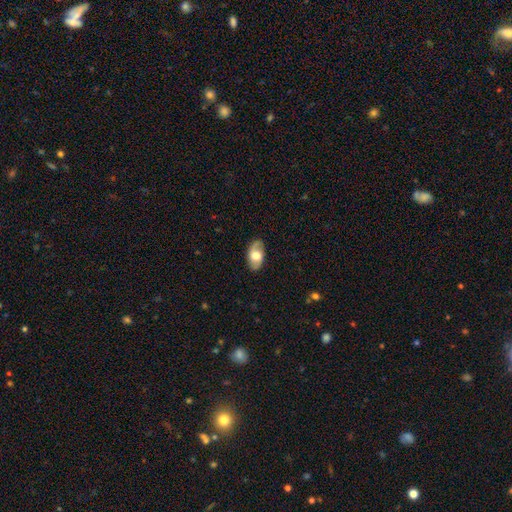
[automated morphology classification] The model was most divided on "smooth or featured": smooth: 47%, featured or disk: 46%, star or artifact: 7%. More confident: merging — none (82%).